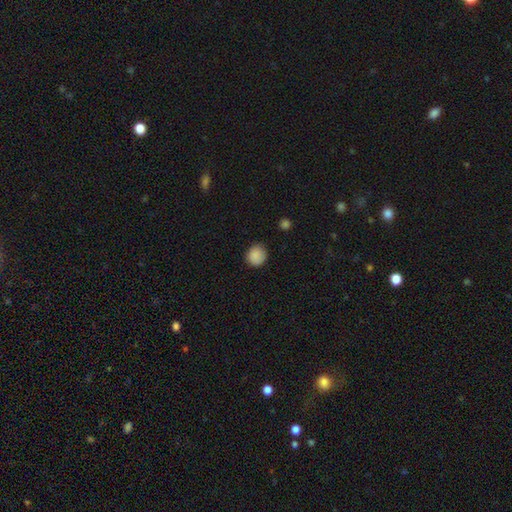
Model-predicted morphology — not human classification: Smooth or featured: smooth — 88% (star or artifact — 9%)
How rounded: round — 86% (in between — 13%)
Merging: none — 85% (minor disturbance — 12%)